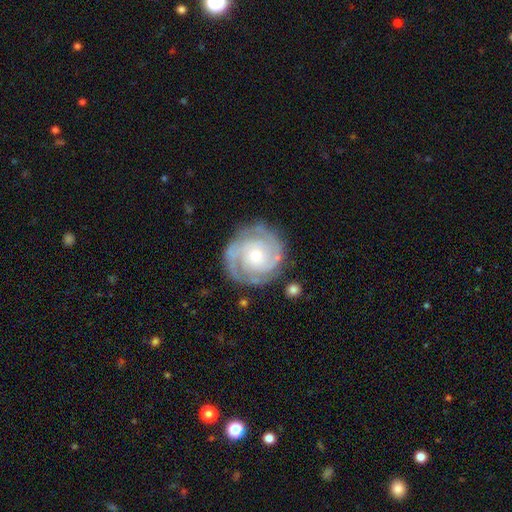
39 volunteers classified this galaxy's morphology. featured or disk 92%, smooth 5%, star or artifact 3%. Down the decision tree: edge-on disk — no (97%); bar — no (77%); spiral arms — yes (100%); spiral arm count — 2 (77%); spiral winding — tight (69%); bulge size — small (71%); merging — none (84%).